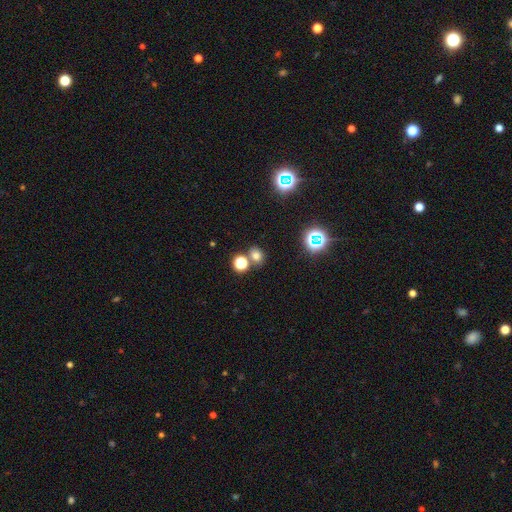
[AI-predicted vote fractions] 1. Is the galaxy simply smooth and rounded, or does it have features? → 68% smooth, 25% star or artifact, 7% featured or disk.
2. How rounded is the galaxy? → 61% round, 38% in between, 1% cigar-shaped.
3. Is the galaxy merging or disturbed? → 70% none, 17% merger, 9% minor disturbance, 4% major disturbance.